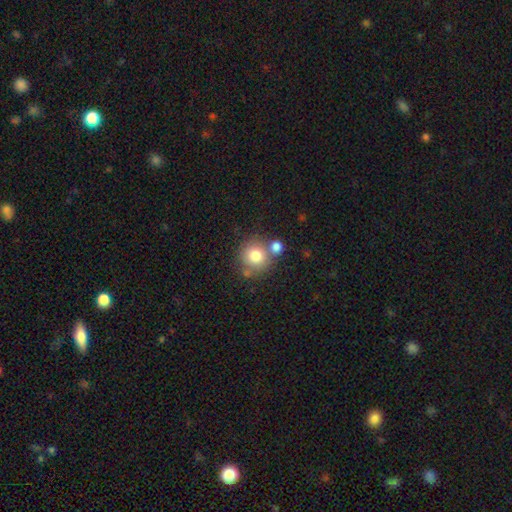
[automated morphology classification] This is likely a smooth galaxy (78%). How rounded: clearly round (91%). Merging: likely none (61%).